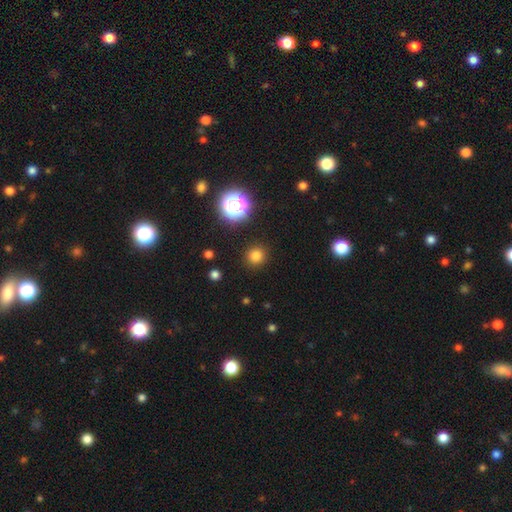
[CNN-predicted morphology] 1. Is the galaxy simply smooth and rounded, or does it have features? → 78% smooth, 17% star or artifact, 5% featured or disk.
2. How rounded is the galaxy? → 94% round, 5% in between, 1% cigar-shaped.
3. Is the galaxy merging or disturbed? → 91% none, 5% minor disturbance, 2% major disturbance, 1% merger.